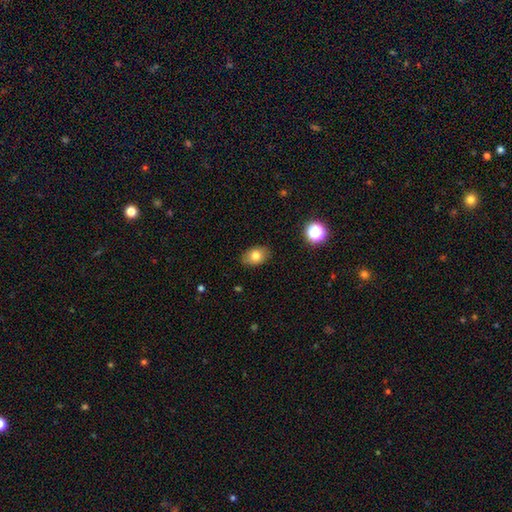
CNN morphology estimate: Overall: smooth (79%). How rounded: in between (76%). Merging: none (85%).